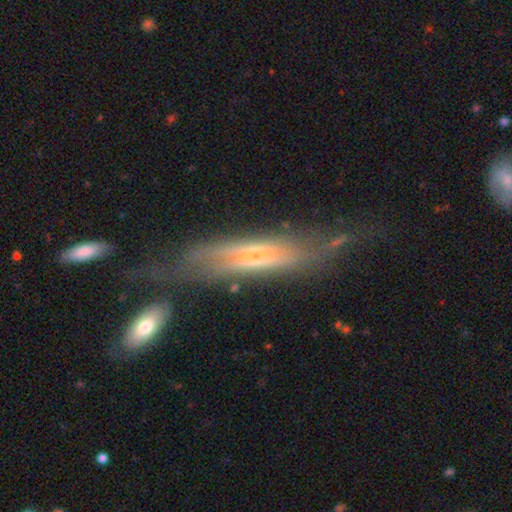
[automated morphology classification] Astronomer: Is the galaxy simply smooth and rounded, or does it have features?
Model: featured or disk — 71%.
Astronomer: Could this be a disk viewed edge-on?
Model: yes — 70%.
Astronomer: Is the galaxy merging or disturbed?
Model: none — 46% (runner-up: minor disturbance, 25%).